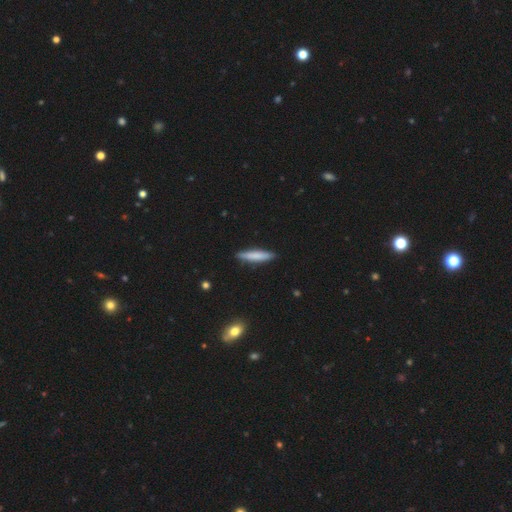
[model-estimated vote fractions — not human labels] The model was most divided on "smooth or featured": smooth: 75%, featured or disk: 20%, star or artifact: 5%. More confident: merging — none (89%); how rounded — cigar-shaped (88%).